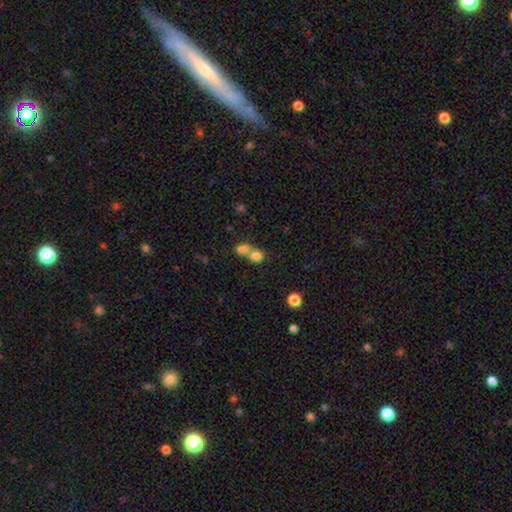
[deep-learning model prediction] smooth-or-featured: smooth: 76% | star or artifact: 12% | featured or disk: 11%
  how-rounded: round: 72% | in between: 27% | cigar-shaped: 1%
  merging: merger: 62% | none: 29% | minor disturbance: 6% | major disturbance: 4%